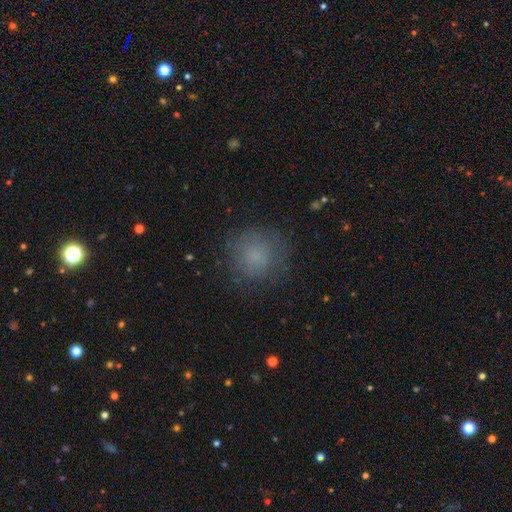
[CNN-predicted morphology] A smooth galaxy with no disk features (76%) that is round (90%).

Vote fractions:
- Smooth or featured? smooth: 76% / star or artifact: 13% / featured or disk: 11%
- How rounded? round: 90% / in between: 9% / cigar-shaped: 1%
- Merging? none: 78% / minor disturbance: 14% / major disturbance: 7% / merger: 1%